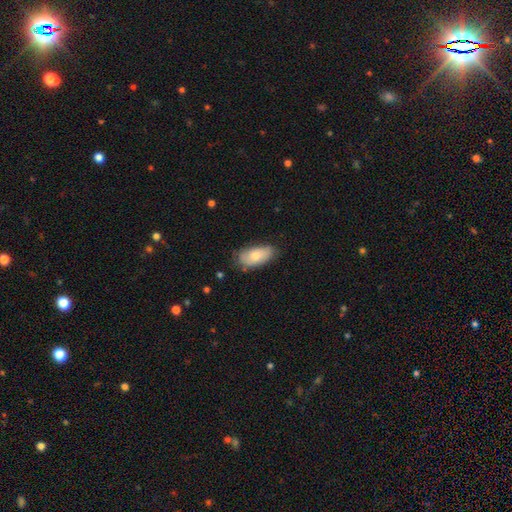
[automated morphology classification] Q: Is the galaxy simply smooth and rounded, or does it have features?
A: smooth — 71%.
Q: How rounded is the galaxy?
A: in between — 92%.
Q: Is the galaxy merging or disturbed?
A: none — 67%.